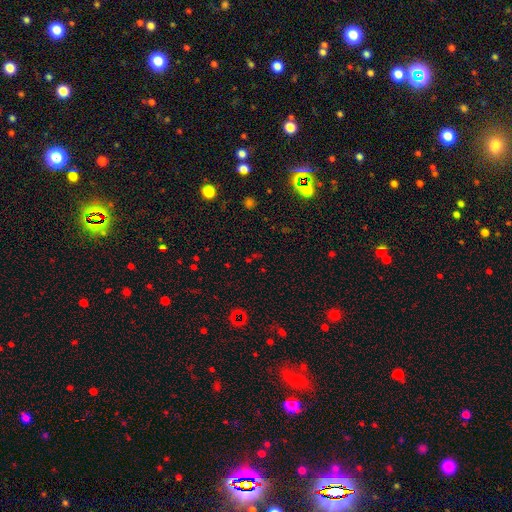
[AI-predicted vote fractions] star or artifact 65%, smooth 27%, featured or disk 9%.